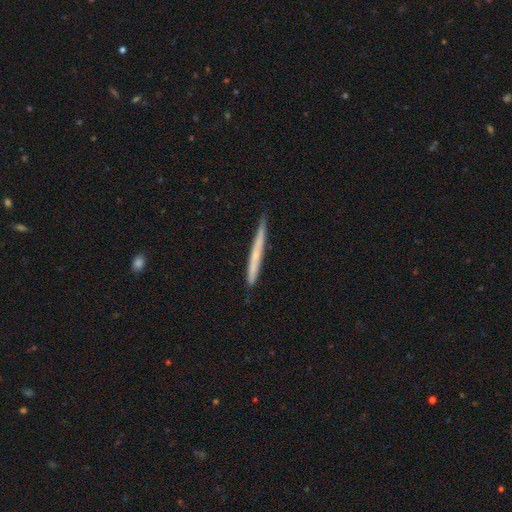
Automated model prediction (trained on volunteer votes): A smooth galaxy with no disk features (49%).

Vote fractions:
- Smooth or featured? smooth: 49% / featured or disk: 44% / star or artifact: 6%
- Merging? none: 86% / minor disturbance: 11% / major disturbance: 2% / merger: 1%